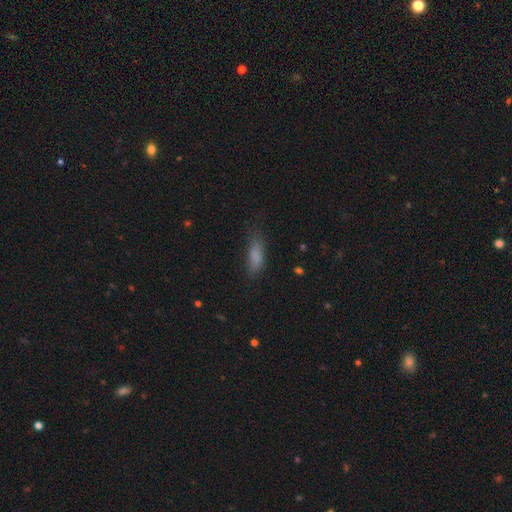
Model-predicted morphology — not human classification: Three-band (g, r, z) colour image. It shows a smooth galaxy with no disk features (79%) that is in between round and cigar-shaped (52%). Merging: none (60%).